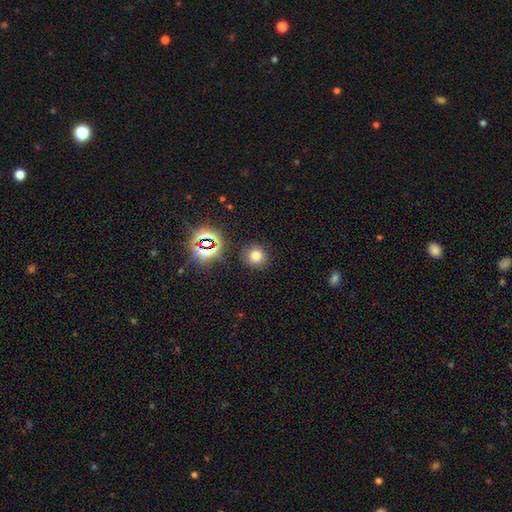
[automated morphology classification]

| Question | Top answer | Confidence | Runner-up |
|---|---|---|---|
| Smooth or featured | smooth | 71% | star or artifact (22%) |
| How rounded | round | 91% | in between (8%) |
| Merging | none | 87% | minor disturbance (8%) |